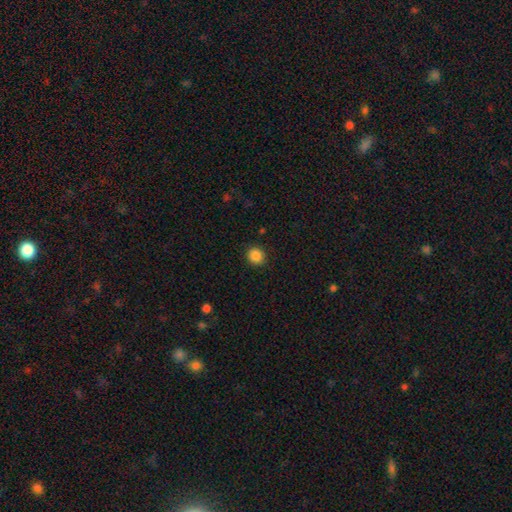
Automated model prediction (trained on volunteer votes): Overall: smooth (87%). How rounded: round (89%). Merging: none (91%).